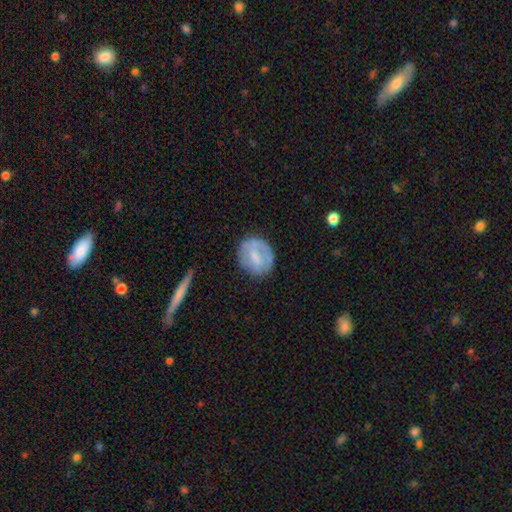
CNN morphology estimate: Overall: smooth (52%; featured or disk 42%). How rounded: round (61%; in between 37%). Merging: none (70%).